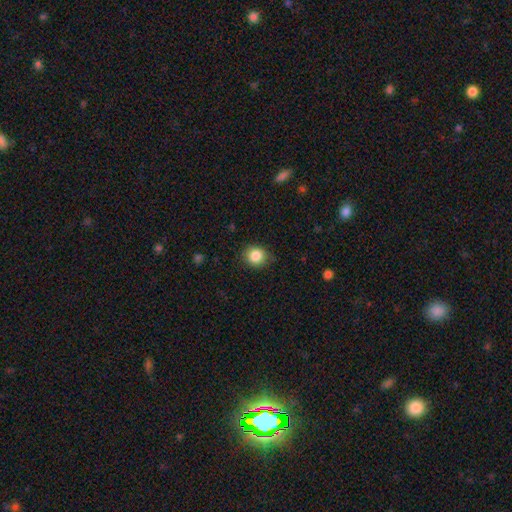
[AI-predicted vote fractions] This is clearly a smooth galaxy (86%). How rounded: clearly round (81%). Merging: clearly none (84%).